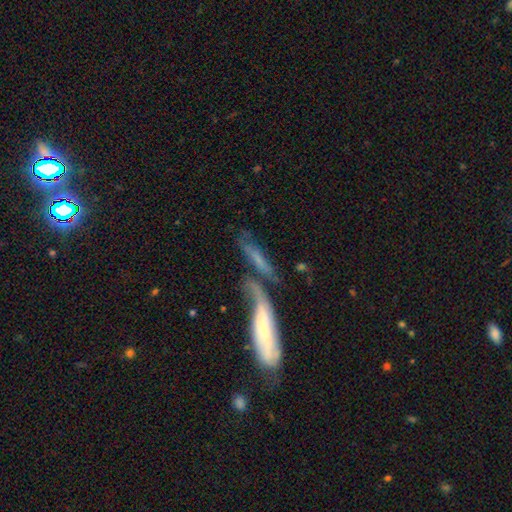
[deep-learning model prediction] Smooth or featured? Predicted: featured or disk (p=0.48). Merging? Predicted: merger (p=0.53).